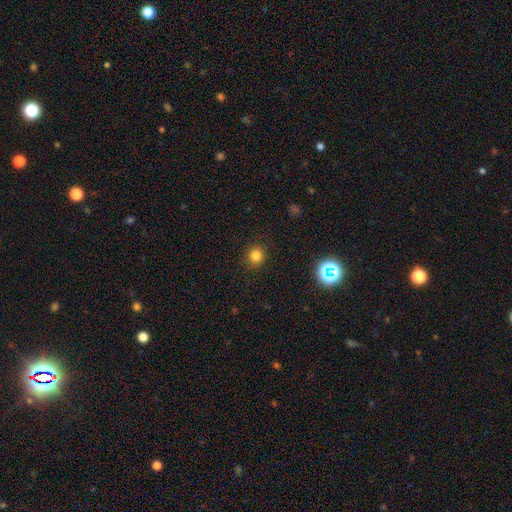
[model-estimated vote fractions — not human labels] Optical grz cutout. It shows a smooth galaxy with no disk features (80%) that is round (87%). Merging: none (89%).